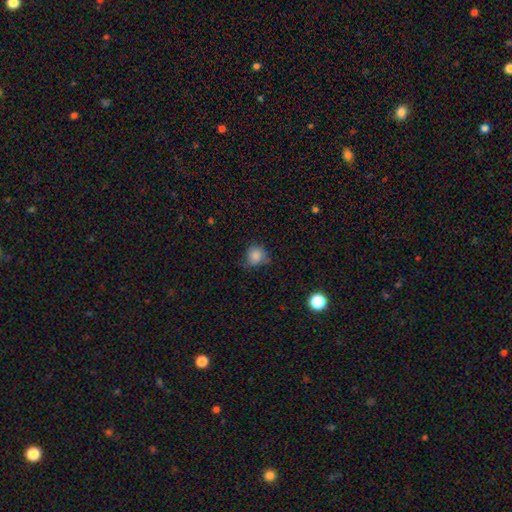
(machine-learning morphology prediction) This is clearly a smooth galaxy (83%). How rounded: clearly round (80%). Merging: possibly none (58%).